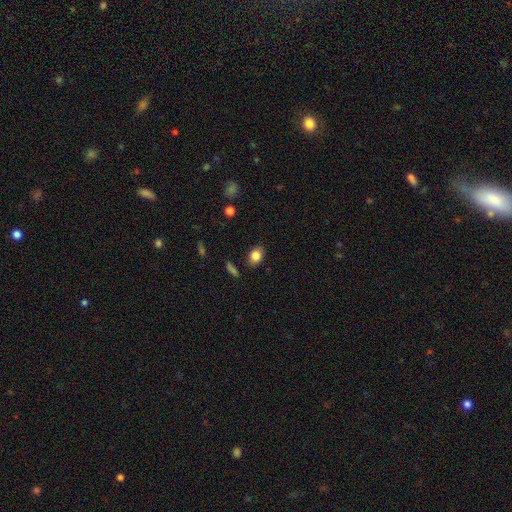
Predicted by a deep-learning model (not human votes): smooth 83%, star or artifact 9%, featured or disk 8%. Down the decision tree: how rounded — in between (73%); merging — none (82%).